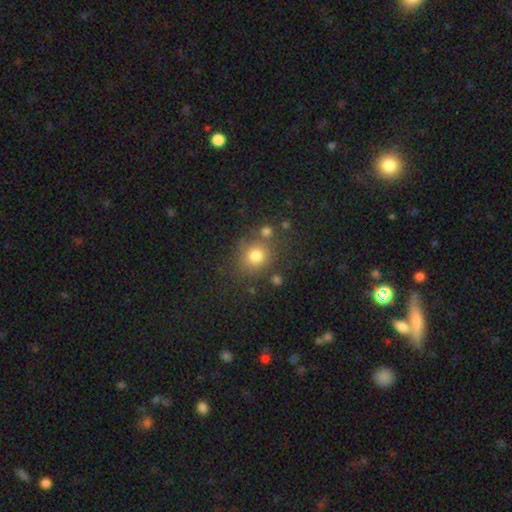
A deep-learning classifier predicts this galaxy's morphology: This appears to be a smooth galaxy with no disk features (77%) that is round (81%). Merging: none (75%).